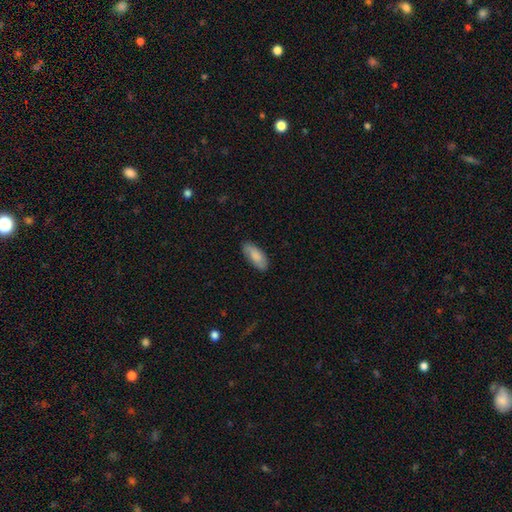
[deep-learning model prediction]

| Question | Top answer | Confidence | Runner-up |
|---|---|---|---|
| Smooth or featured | smooth | 76% | featured or disk (18%) |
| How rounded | in between | 85% | cigar-shaped (13%) |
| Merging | none | 82% | minor disturbance (14%) |